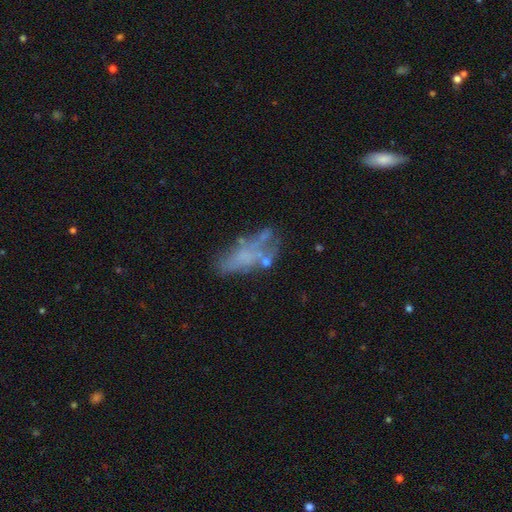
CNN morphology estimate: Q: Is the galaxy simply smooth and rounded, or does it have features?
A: featured or disk — 49%.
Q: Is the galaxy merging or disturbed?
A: none — 40%.